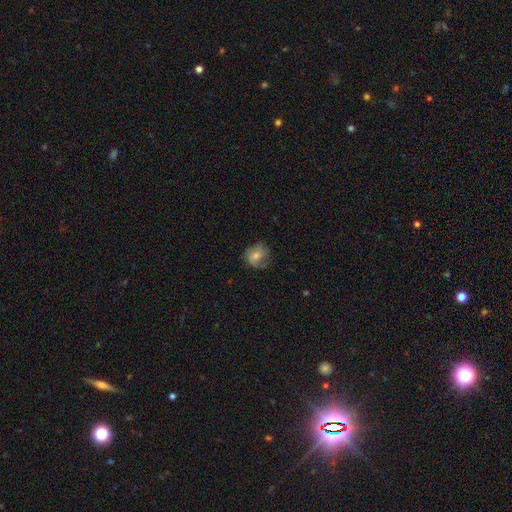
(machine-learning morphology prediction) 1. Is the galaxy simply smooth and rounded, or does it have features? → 47% featured or disk, 43% smooth, 10% star or artifact.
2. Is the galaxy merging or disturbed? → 65% none, 23% minor disturbance, 11% major disturbance, 1% merger.